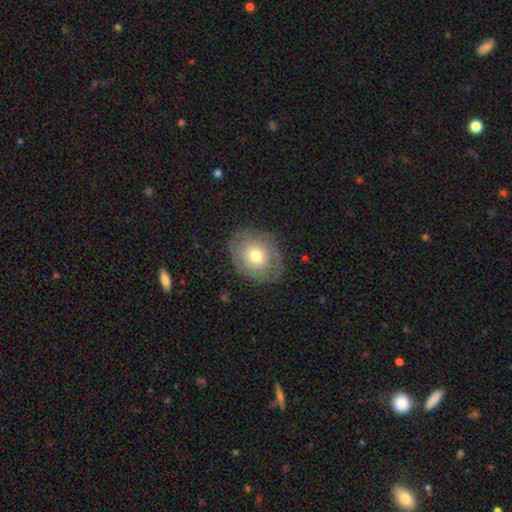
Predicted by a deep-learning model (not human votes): A smooth galaxy with no disk features (55%) that is in between round and cigar-shaped (54%).

Vote fractions:
- Smooth or featured? smooth: 55% / featured or disk: 36% / star or artifact: 8%
- How rounded? in between: 54% / round: 45% / cigar-shaped: 1%
- Merging? none: 78% / minor disturbance: 16% / major disturbance: 6% / merger: 1%